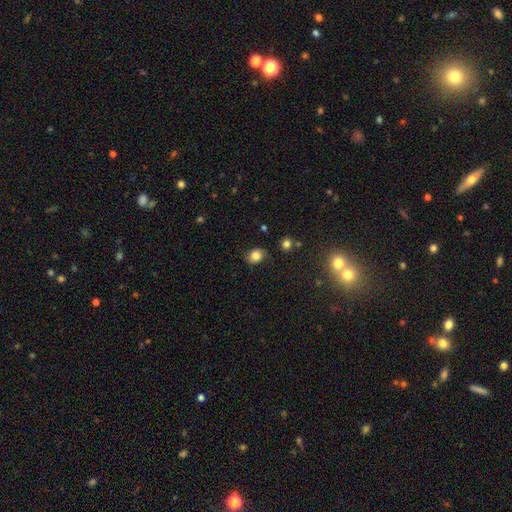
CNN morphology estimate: smooth-or-featured: smooth: 80% | star or artifact: 11% | featured or disk: 9%
  how-rounded: round: 54% | in between: 45% | cigar-shaped: 1%
  merging: none: 74% | minor disturbance: 19% | major disturbance: 5% | merger: 2%